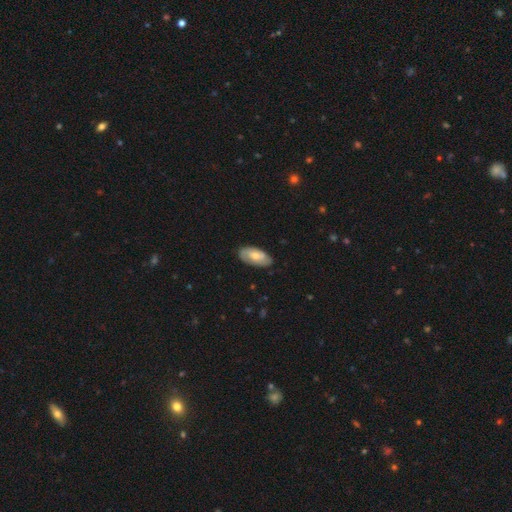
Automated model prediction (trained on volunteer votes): The model was most divided on "smooth or featured": smooth: 51%, featured or disk: 43%, star or artifact: 6%. More confident: how rounded — in between (92%); merging — none (79%).